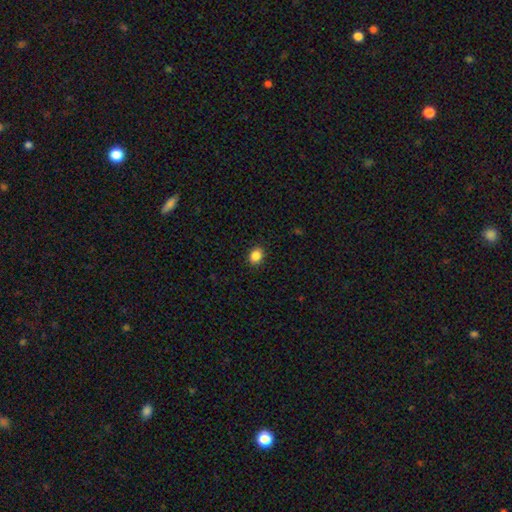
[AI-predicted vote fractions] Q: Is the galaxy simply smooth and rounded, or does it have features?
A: smooth — 87%.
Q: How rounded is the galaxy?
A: round — 51%.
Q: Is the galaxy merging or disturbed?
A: none — 91%.